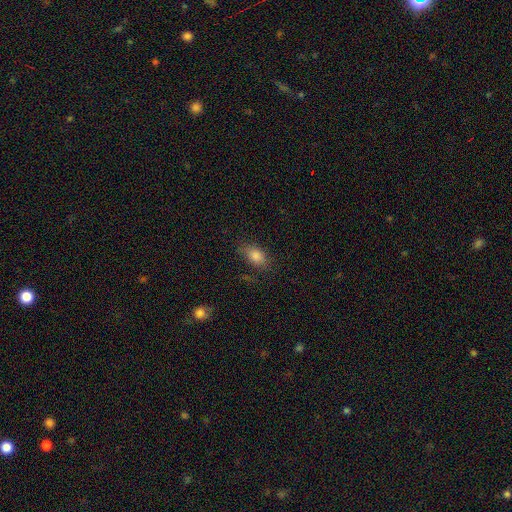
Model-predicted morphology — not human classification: A smooth galaxy with no disk features (82%) that is in between round and cigar-shaped (86%).

Vote fractions:
- Smooth or featured? smooth: 82% / star or artifact: 10% / featured or disk: 8%
- How rounded? in between: 86% / round: 11% / cigar-shaped: 3%
- Merging? none: 75% / minor disturbance: 18% / major disturbance: 6% / merger: 2%